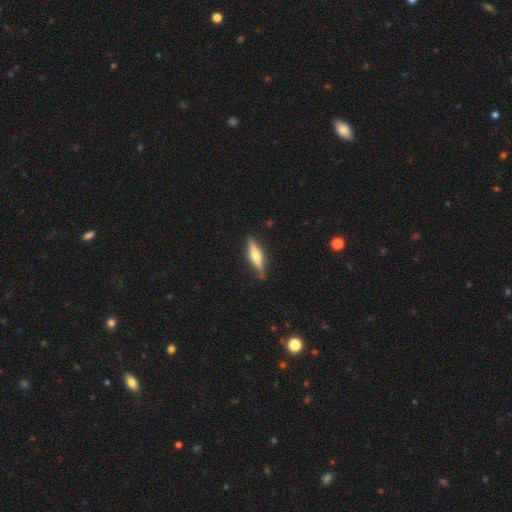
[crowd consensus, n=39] Volunteers were most divided on "smooth or featured": featured or disk: 62%, smooth: 28%, star or artifact: 10%. More confident: edge-on disk — yes (96%); edge-on bulge — rounded (91%); merging — none (80%).